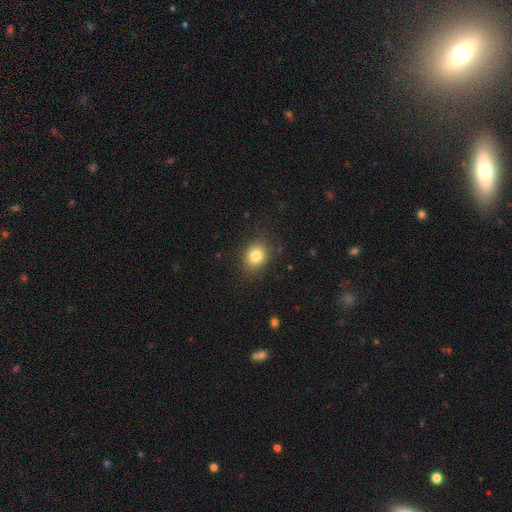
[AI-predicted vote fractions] Overall: smooth (81%). How rounded: round (57%; in between 42%). Merging: none (83%).